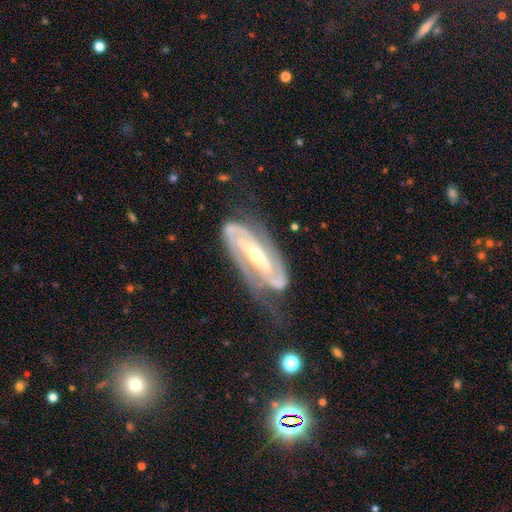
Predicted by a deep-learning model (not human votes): smooth-or-featured: featured or disk: 91% | star or artifact: 4% | smooth: 4%
  disk-edge-on: no: 93% | yes: 7%
    bar: strong: 70% | weak: 20% | no: 10%
    has-spiral-arms: yes: 97% | no: 3%
      spiral-winding: tight: 49% | medium: 40% | loose: 11%
      spiral-arm-count: 2: 88% | can't tell: 4% | 3: 4% | 1: 2% | 4: 1% | more than 4: 1%
    bulge-size: small: 49% | moderate: 46% | large: 3% | none: 1% | dominant: 1%
  merging: none: 63% | minor disturbance: 22% | major disturbance: 13% | merger: 2%